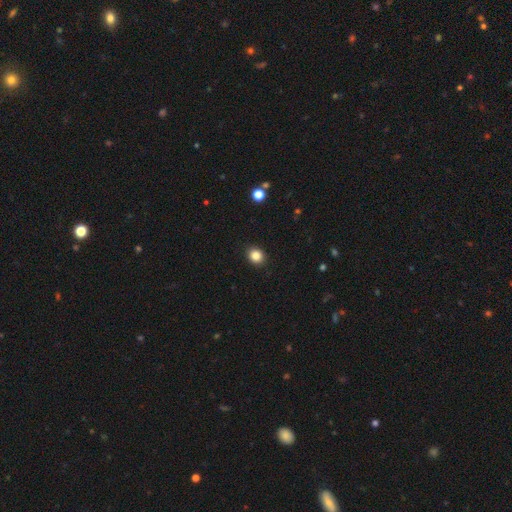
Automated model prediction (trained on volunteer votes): smooth 84%, star or artifact 11%, featured or disk 5%. Down the decision tree: how rounded — round (74%); merging — none (91%).